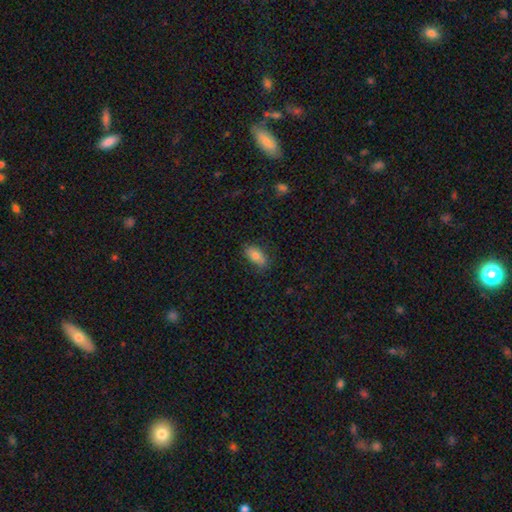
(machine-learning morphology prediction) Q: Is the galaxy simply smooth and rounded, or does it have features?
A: smooth — 77%.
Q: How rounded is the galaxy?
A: in between — 88%.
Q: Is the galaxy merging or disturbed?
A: none — 80%.